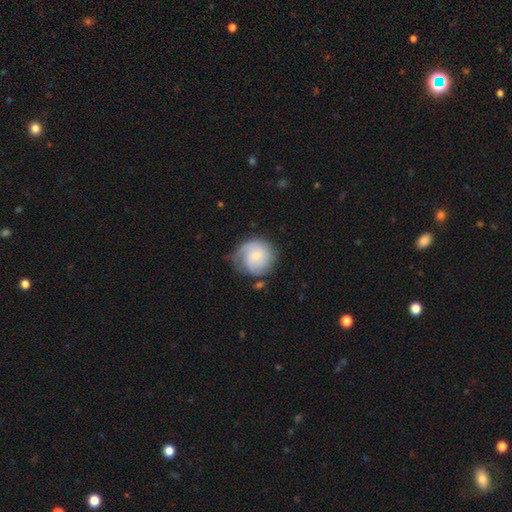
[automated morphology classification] smooth-or-featured: featured or disk: 56% | smooth: 37% | star or artifact: 7%
  disk-edge-on: no: 98% | yes: 2%
    bar: no: 63% | weak: 33% | strong: 4%
    has-spiral-arms: yes: 89% | no: 11%
    bulge-size: small: 61% | moderate: 29% | none: 5% | large: 3% | dominant: 1%
  merging: none: 59% | minor disturbance: 25% | major disturbance: 12% | merger: 3%